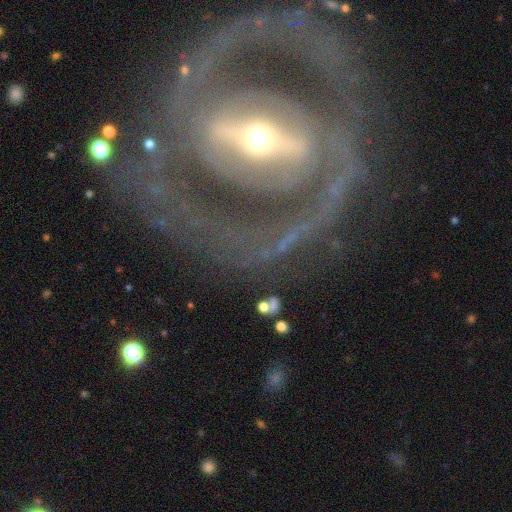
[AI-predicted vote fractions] Smooth or featured?
  - featured or disk: 88% *
  - smooth: 7%
  - star or artifact: 5%
Edge-on disk?
  - no: 92% *
  - yes: 8%
Bar?
  - strong: 73% *
  - weak: 18%
  - no: 9%
Spiral arms?
  - yes: 81% *
  - no: 19%
Spiral winding?
  - tight: 51% *
  - medium: 37%
  - loose: 12%
Spiral arm count?
  - 2: 72% *
  - can't tell: 13%
  - 3: 5%
  - 1: 4%
  - 4: 3%
  - more than 4: 3%
Bulge size?
  - moderate: 47% *
  - small: 45%
  - large: 5%
  - dominant: 1%
  - none: 1%
Merging?
  - none: 73% *
  - major disturbance: 12%
  - minor disturbance: 12%
  - merger: 2%